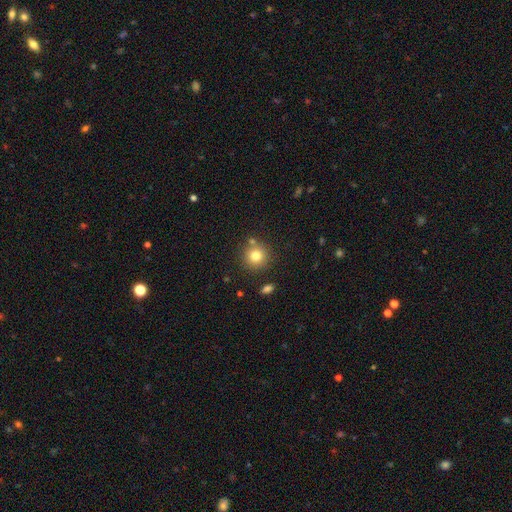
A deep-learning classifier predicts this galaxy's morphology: smooth-or-featured: smooth: 80% | star or artifact: 12% | featured or disk: 8%
  how-rounded: round: 93% | in between: 6% | cigar-shaped: 1%
  merging: none: 80% | merger: 9% | minor disturbance: 8% | major disturbance: 3%